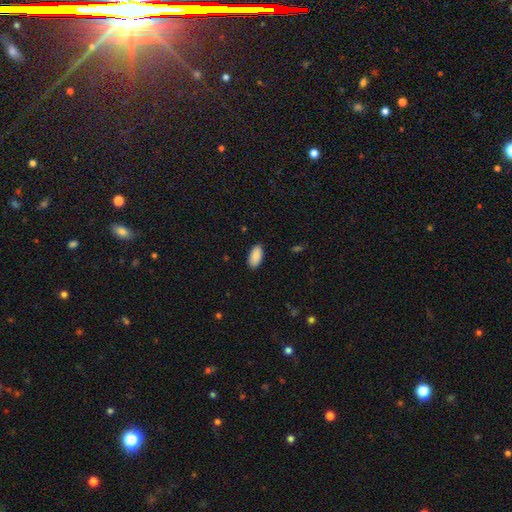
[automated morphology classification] Smooth or featured: smooth — 90% (star or artifact — 6%)
How rounded: in between — 94% (cigar-shaped — 4%)
Merging: none — 89% (minor disturbance — 9%)